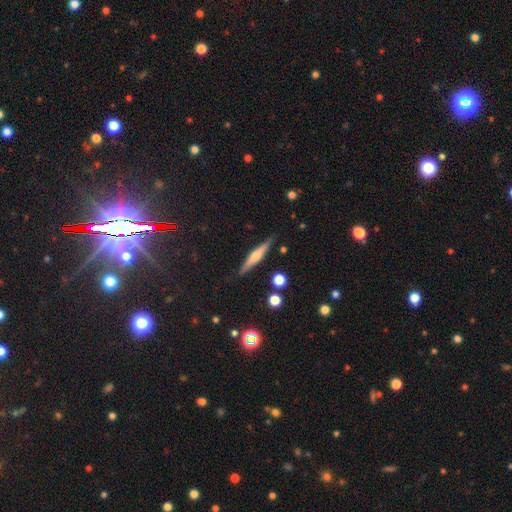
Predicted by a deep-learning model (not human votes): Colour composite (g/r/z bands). It shows a featured or disk galaxy (59%) viewed edge-on (96%) with a rounded central bulge (84%). Merging: none (87%).